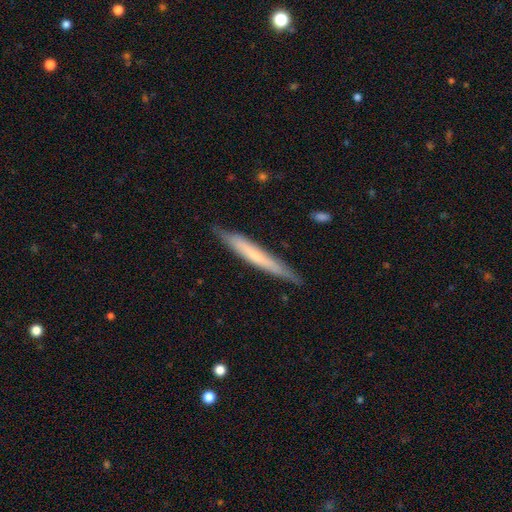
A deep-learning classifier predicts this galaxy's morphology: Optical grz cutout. It shows a smooth galaxy with no disk features (53%) that is cigar-shaped (96%). Merging: none (84%).